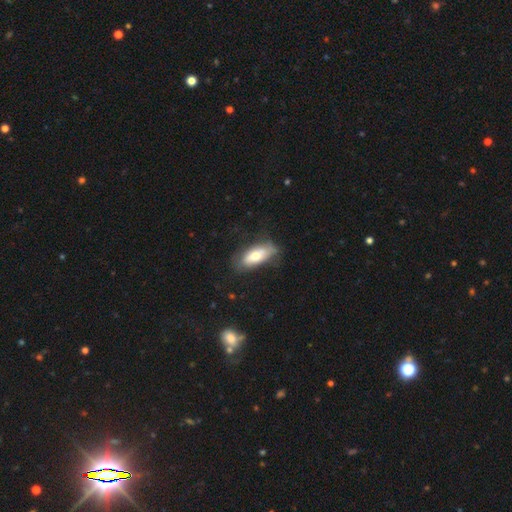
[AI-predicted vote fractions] Smooth or featured: smooth — 62% (featured or disk — 32%)
How rounded: in between — 82% (cigar-shaped — 15%)
Merging: none — 64% (minor disturbance — 25%)